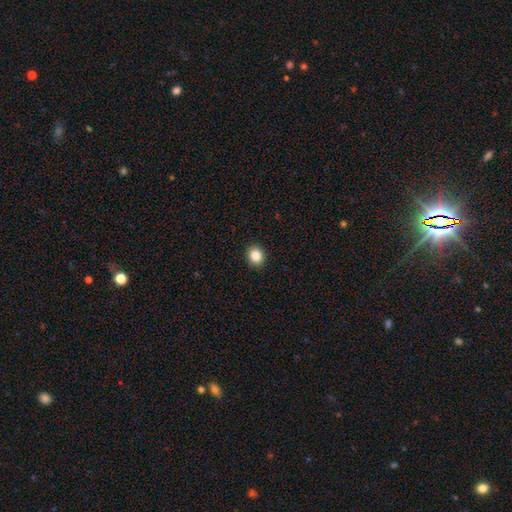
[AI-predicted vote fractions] This appears to be a smooth galaxy with no disk features (85%) that is round (64%). Merging: none (92%).